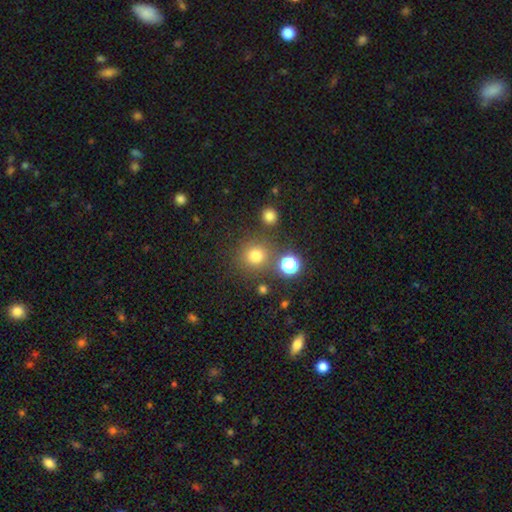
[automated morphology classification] type=smooth (75%); roundness=round (92%); merging=none (80%).